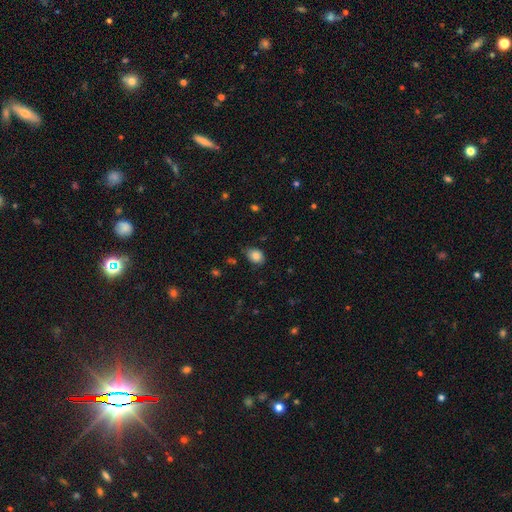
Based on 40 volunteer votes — smooth_or_featured: smooth (p=0.80) [alt: star or artifact p=0.12]
how_rounded: in between (p=0.59) [alt: round p=0.41]
merging: none (p=0.63) [alt: minor disturbance p=0.29]